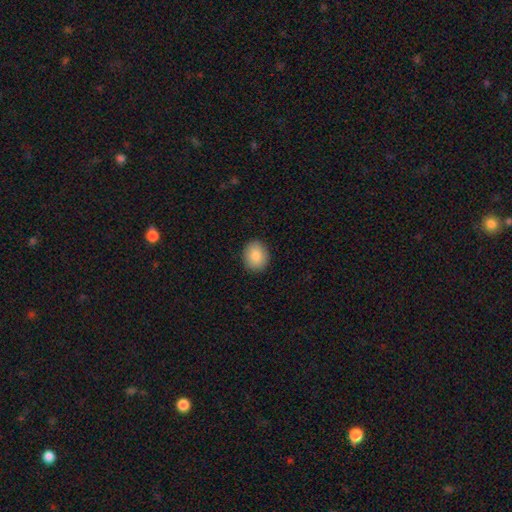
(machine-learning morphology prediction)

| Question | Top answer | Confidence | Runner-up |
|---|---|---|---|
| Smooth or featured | smooth | 86% | star or artifact (7%) |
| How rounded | round | 61% | in between (38%) |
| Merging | none | 90% | minor disturbance (7%) |